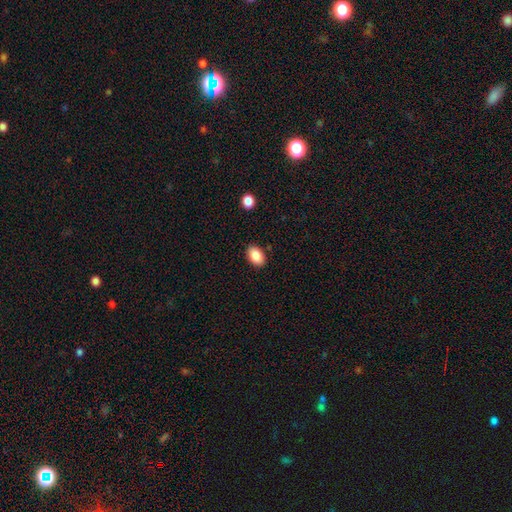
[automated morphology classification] Smooth or featured?
  - smooth: 88% *
  - star or artifact: 7%
  - featured or disk: 4%
How rounded?
  - in between: 89% *
  - round: 10%
  - cigar-shaped: 1%
Merging?
  - none: 87% *
  - minor disturbance: 9%
  - major disturbance: 2%
  - merger: 1%